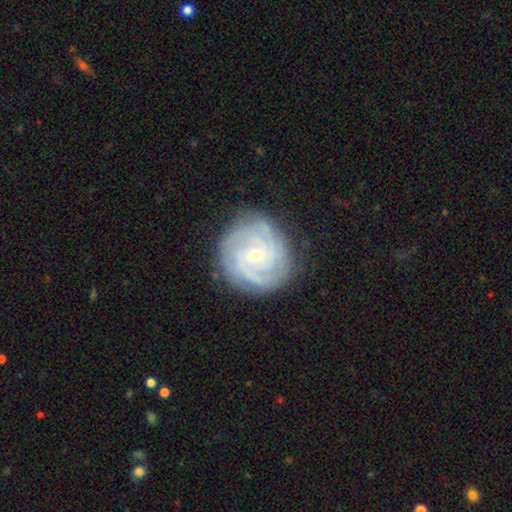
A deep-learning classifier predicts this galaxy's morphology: Q: Smooth or featured?
A: featured or disk (84%); runner-up: smooth (10%)
Q: Edge-on disk?
A: no (98%); runner-up: yes (2%)
Q: Bar?
A: no (60%); runner-up: weak (33%)
Q: Spiral arms?
A: yes (96%); runner-up: no (4%)
Q: Spiral winding?
A: tight (73%); runner-up: medium (23%)
Q: Spiral arm count?
A: 3 (28%); runner-up: can't tell (27%)
Q: Bulge size?
A: small (61%); runner-up: moderate (36%)
Q: Merging?
A: none (82%); runner-up: minor disturbance (13%)